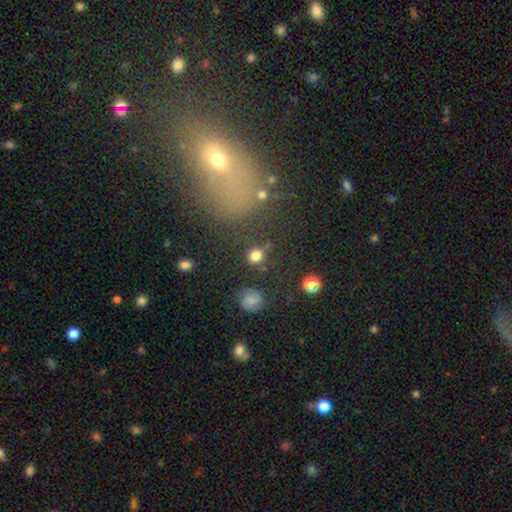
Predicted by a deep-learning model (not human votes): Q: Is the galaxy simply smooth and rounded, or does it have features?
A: smooth — 81%.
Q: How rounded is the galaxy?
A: round — 77%.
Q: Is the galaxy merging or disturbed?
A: none — 78%.